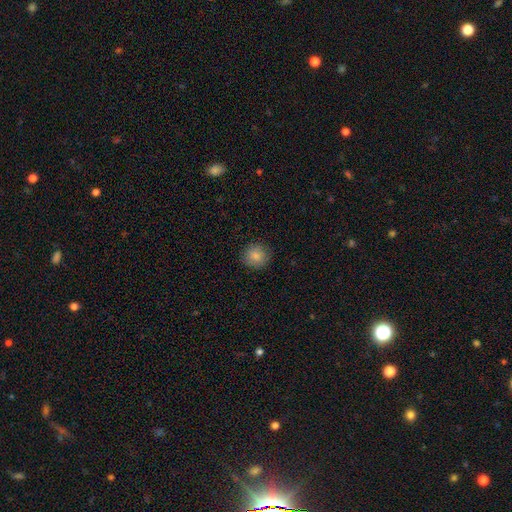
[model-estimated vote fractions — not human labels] This is clearly a smooth galaxy (86%). How rounded: clearly round (89%). Merging: clearly none (89%).